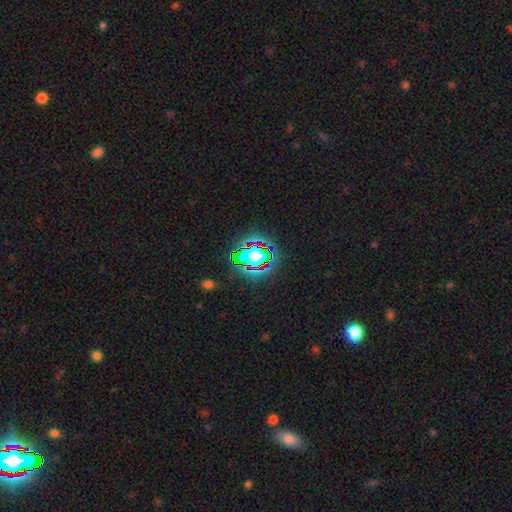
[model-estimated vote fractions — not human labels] The model was most divided on "smooth or featured": star or artifact: 57%, smooth: 27%, featured or disk: 16%.